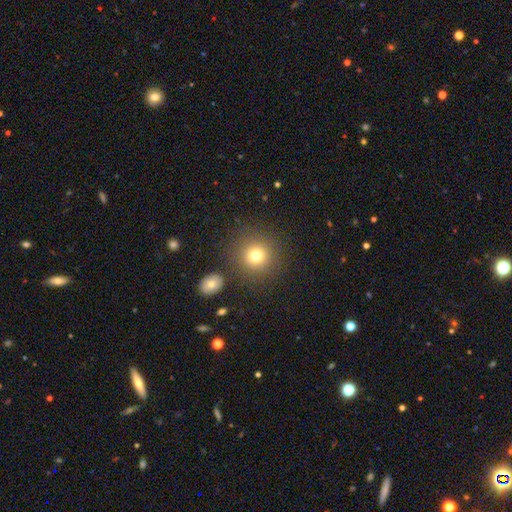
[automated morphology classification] Smooth or featured: smooth — 77% (star or artifact — 14%)
How rounded: round — 92% (in between — 7%)
Merging: none — 85% (minor disturbance — 7%)